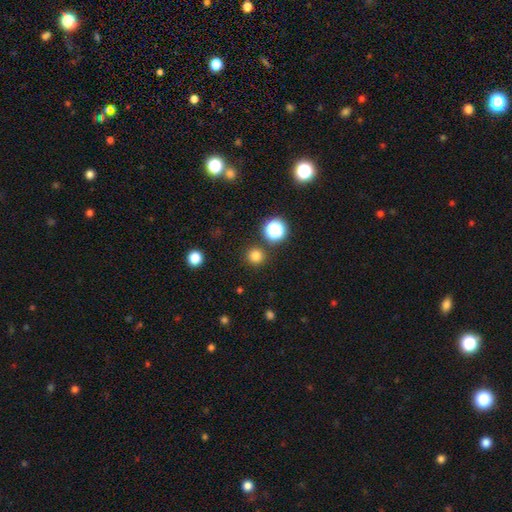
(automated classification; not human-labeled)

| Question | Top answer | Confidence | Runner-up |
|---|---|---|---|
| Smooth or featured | smooth | 78% | star or artifact (17%) |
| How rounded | round | 96% | in between (3%) |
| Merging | none | 90% | minor disturbance (5%) |